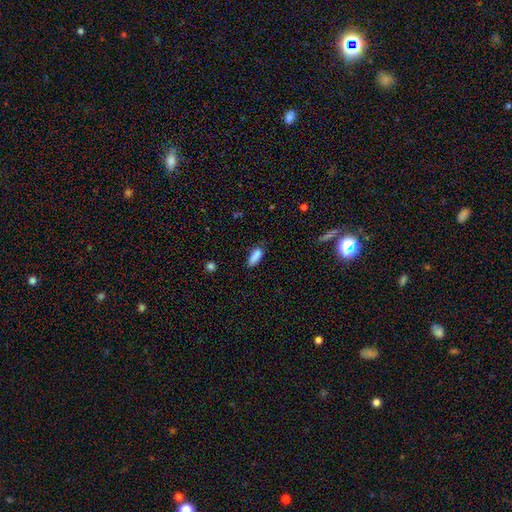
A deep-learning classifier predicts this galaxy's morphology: The model was most divided on "how rounded": in between: 69%, cigar-shaped: 29%, round: 2%. More confident: smooth or featured — smooth (86%); merging — none (70%).